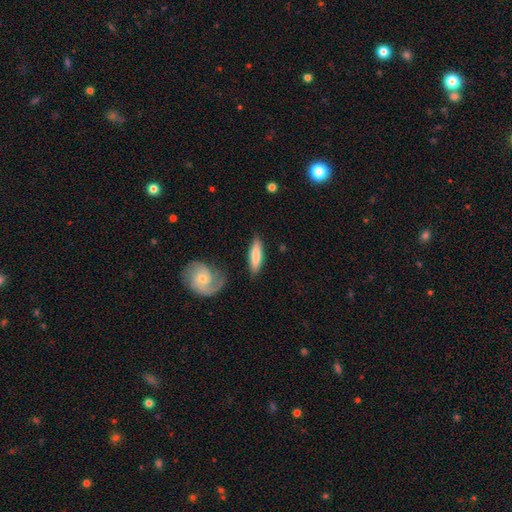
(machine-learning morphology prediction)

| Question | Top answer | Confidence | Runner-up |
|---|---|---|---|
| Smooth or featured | smooth | 69% | featured or disk (26%) |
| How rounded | cigar-shaped | 68% | in between (30%) |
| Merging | none | 78% | minor disturbance (13%) |